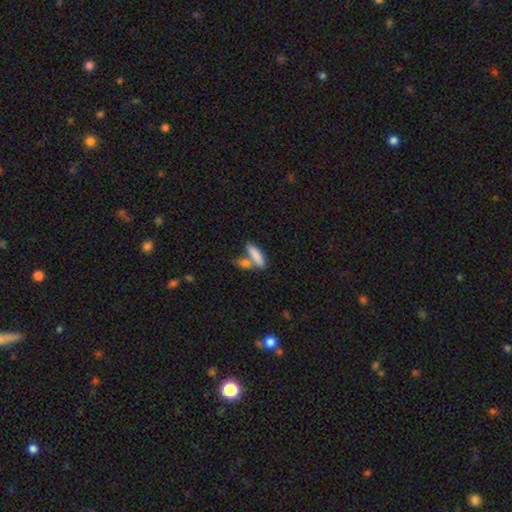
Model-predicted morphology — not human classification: smooth_or_featured: smooth (p=0.82) [alt: featured or disk p=0.11]
how_rounded: cigar-shaped (p=0.52) [alt: in between p=0.45]
merging: none (p=0.46) [alt: merger p=0.39]